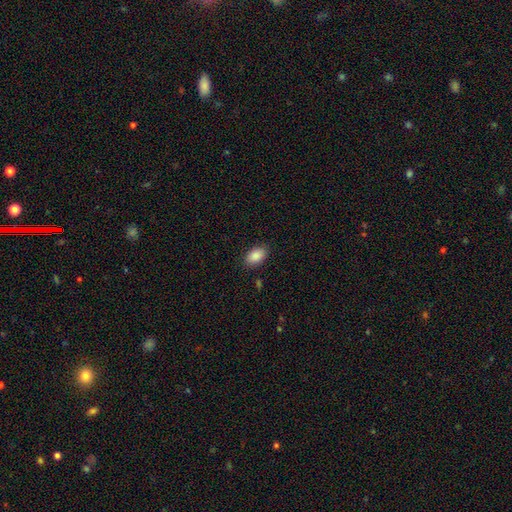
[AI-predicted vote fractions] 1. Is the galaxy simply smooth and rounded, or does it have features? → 89% smooth, 7% star or artifact, 4% featured or disk.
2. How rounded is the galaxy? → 91% in between, 7% round, 1% cigar-shaped.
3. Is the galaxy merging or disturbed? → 87% none, 9% minor disturbance, 2% major disturbance, 1% merger.